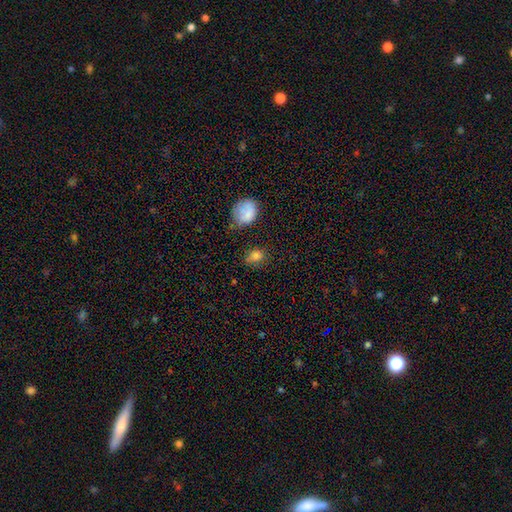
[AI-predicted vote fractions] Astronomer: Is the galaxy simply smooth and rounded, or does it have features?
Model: smooth — 79%.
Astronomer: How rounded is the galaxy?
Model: in between — 51% (runner-up: round, 47%).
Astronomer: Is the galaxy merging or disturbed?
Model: none — 68%.